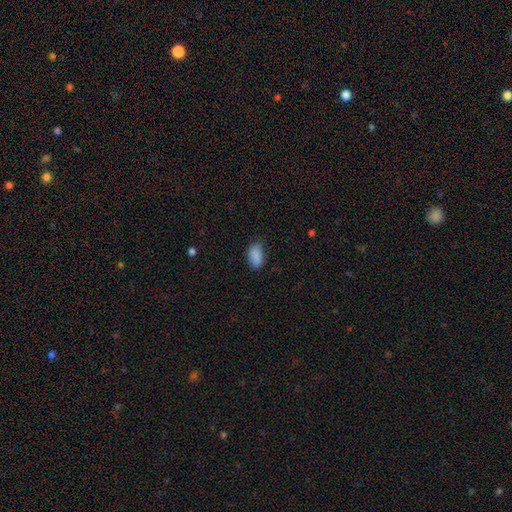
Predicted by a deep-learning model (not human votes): Overall: smooth (88%). How rounded: in between (92%). Merging: none (69%).